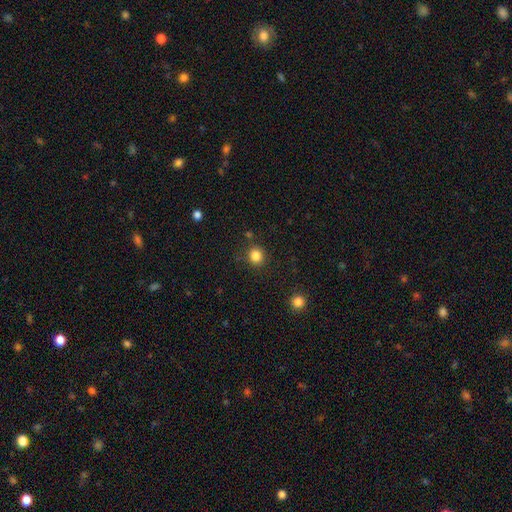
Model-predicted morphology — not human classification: A smooth galaxy with no disk features (84%) that is round (86%). Merging: none (86%).